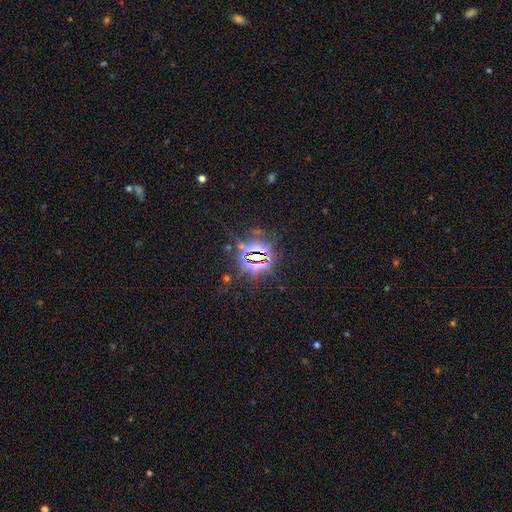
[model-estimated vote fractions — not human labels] This appears to be a star or artifact, not a galaxy (82%).